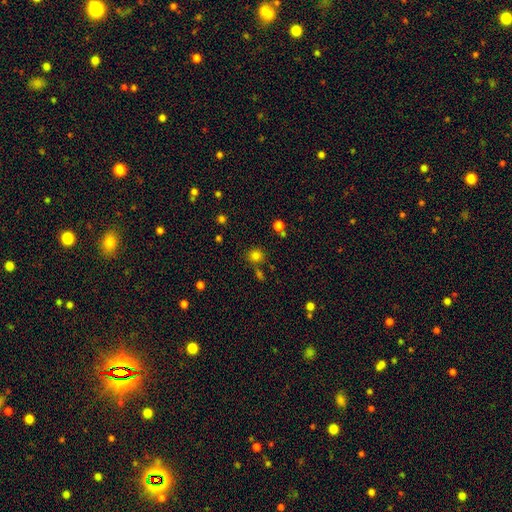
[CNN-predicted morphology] Overall: smooth (79%). How rounded: round (83%). Merging: none (76%).